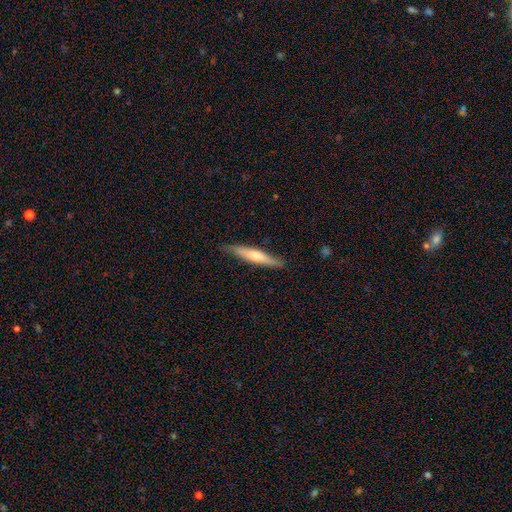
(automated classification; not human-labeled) Overall: smooth (53%; featured or disk 42%). How rounded: cigar-shaped (90%). Merging: none (84%).